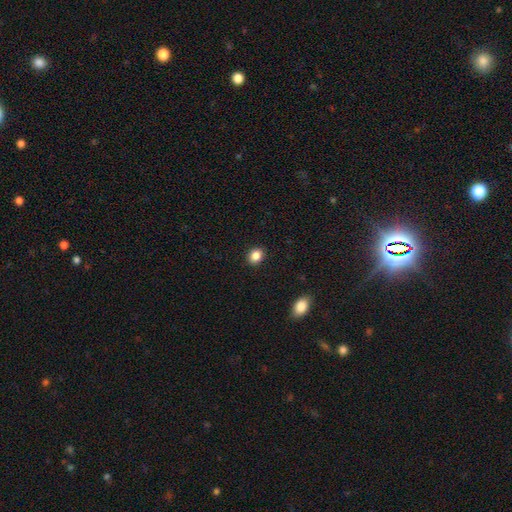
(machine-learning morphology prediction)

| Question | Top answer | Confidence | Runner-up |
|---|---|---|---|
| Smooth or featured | smooth | 86% | star or artifact (10%) |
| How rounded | round | 51% | in between (48%) |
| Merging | none | 91% | minor disturbance (6%) |